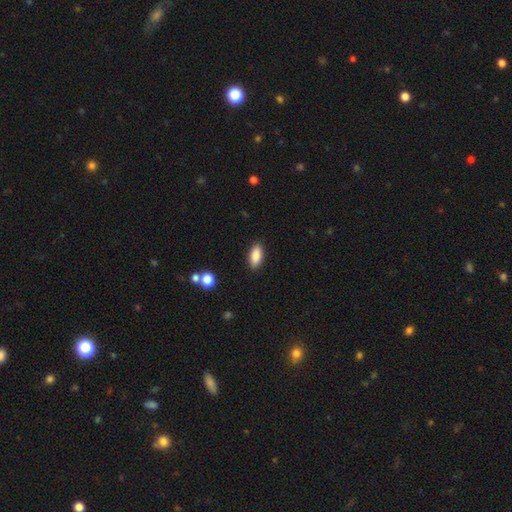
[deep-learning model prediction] Smooth or featured? Predicted: smooth (p=0.86). How rounded? Predicted: in between (p=0.85). Merging? Predicted: none (p=0.88).